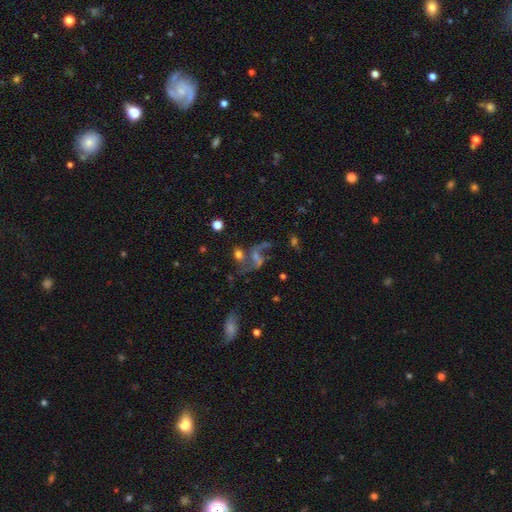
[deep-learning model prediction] A featured or disk galaxy (55%) with no bar (55%), spiral arms (70%) and a small central bulge (35%). Merging: none (36%).